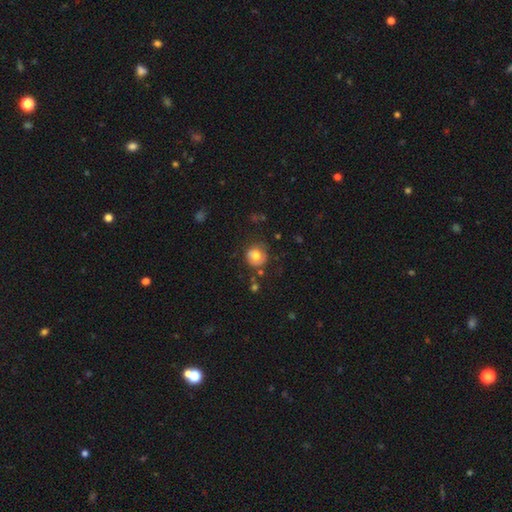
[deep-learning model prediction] Q: Smooth or featured?
A: smooth (65%); runner-up: featured or disk (26%)
Q: How rounded?
A: round (88%); runner-up: in between (11%)
Q: Merging?
A: none (66%); runner-up: minor disturbance (21%)